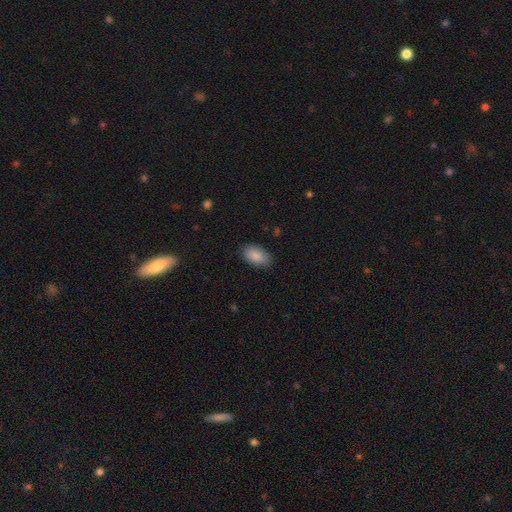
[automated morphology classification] Smooth or featured?
  - smooth: 89% *
  - star or artifact: 6%
  - featured or disk: 5%
How rounded?
  - in between: 94% *
  - round: 5%
  - cigar-shaped: 2%
Merging?
  - none: 85% *
  - minor disturbance: 11%
  - major disturbance: 3%
  - merger: 1%